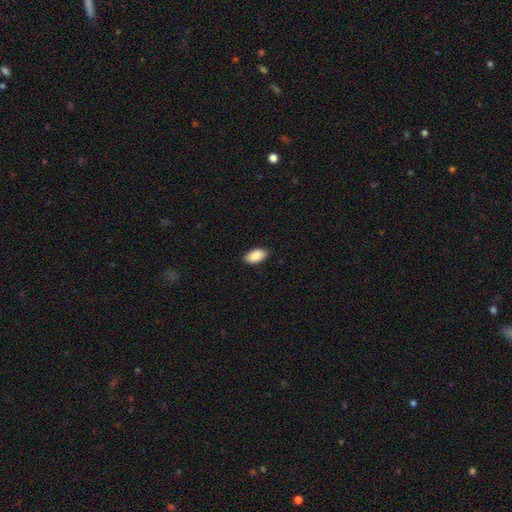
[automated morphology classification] A smooth galaxy with no disk features (89%) that is in between round and cigar-shaped (95%). Merging: none (90%).